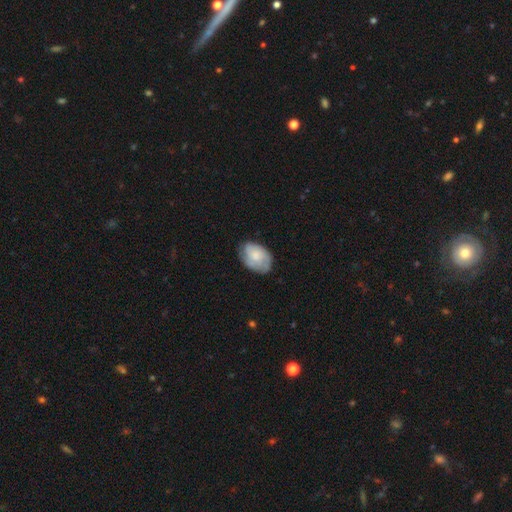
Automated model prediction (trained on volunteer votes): A smooth galaxy with no disk features (54%) that is in between round and cigar-shaped (85%). Merging: none (67%).